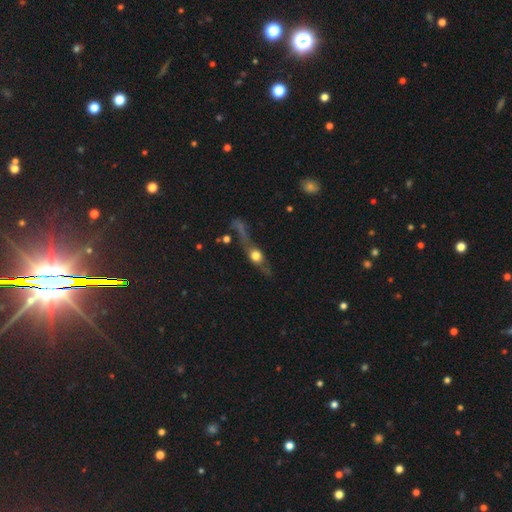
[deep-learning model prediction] Morphology: type=featured or disk (57%); edge-on=yes (77%); merging=none (52%).